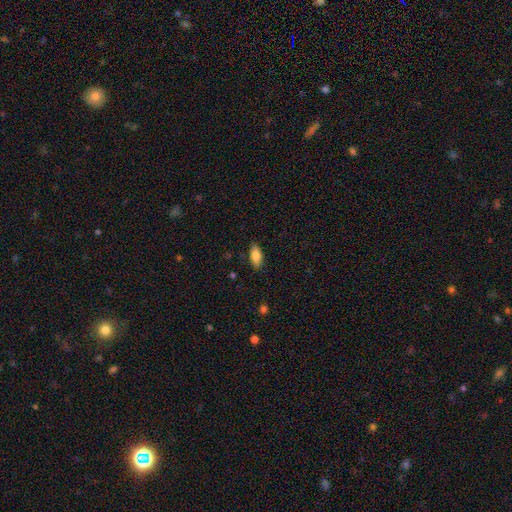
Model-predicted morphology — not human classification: Smooth or featured? smooth (82%)
How rounded? in between (86%)
Merging? none (86%)